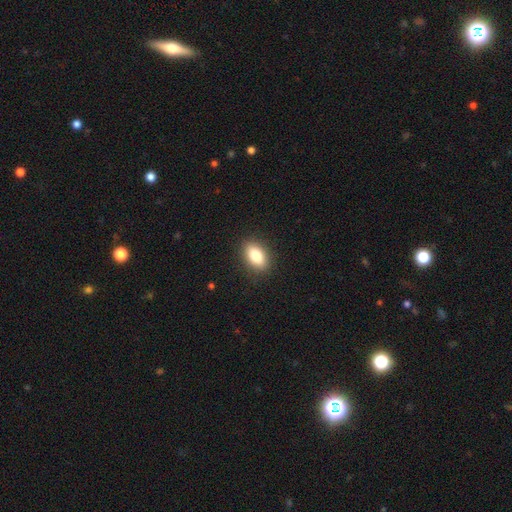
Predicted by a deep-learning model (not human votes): This appears to be a smooth galaxy with no disk features (81%) that is in between round and cigar-shaped (87%). Merging: none (89%).